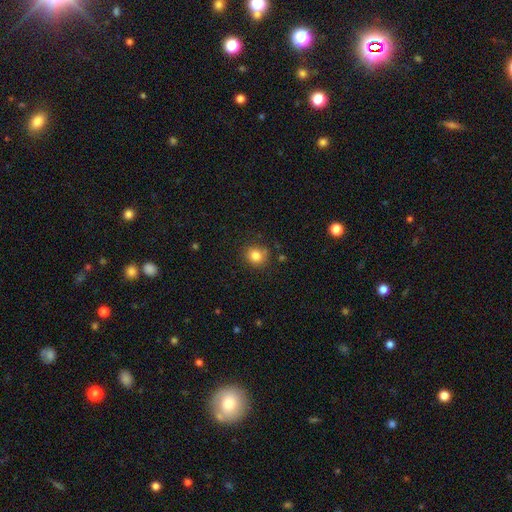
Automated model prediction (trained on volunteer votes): A smooth galaxy with no disk features (83%) that is round (83%).

Vote fractions:
- Smooth or featured? smooth: 83% / star or artifact: 11% / featured or disk: 6%
- How rounded? round: 83% / in between: 16% / cigar-shaped: 1%
- Merging? none: 85% / minor disturbance: 10% / major disturbance: 3% / merger: 2%